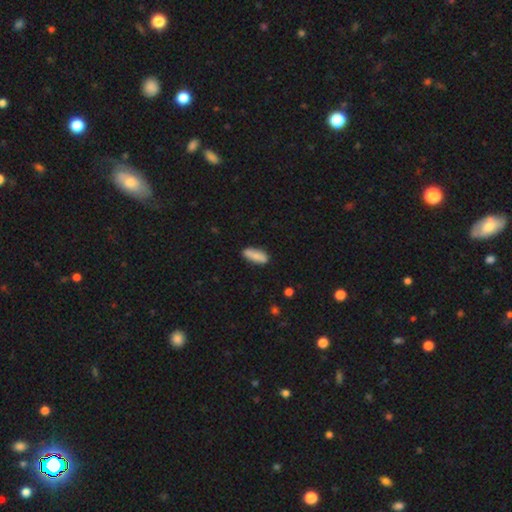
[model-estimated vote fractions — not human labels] smooth 80%, featured or disk 14%, star or artifact 6%. Down the decision tree: how rounded — in between (63%); merging — none (83%).